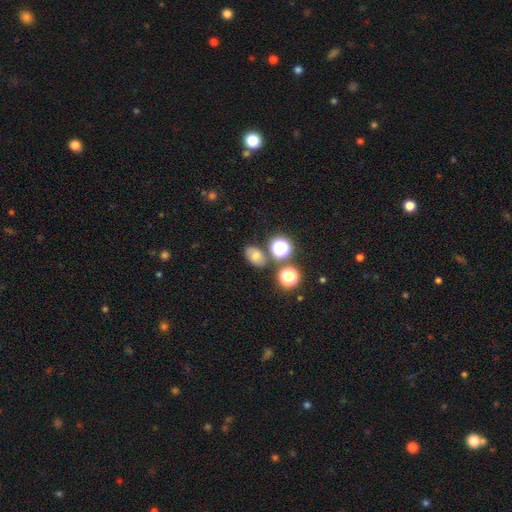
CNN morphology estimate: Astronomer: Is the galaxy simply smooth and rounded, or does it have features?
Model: smooth — 59%.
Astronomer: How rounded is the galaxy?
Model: in between — 69%.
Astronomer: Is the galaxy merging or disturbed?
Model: none — 74%.